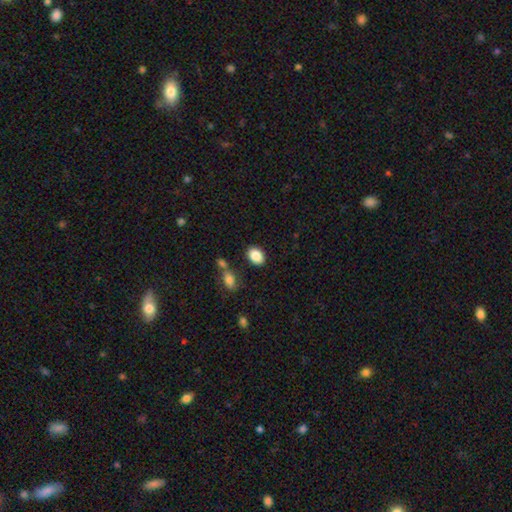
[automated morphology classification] smooth_or_featured: smooth (p=0.88) [alt: star or artifact p=0.08]
how_rounded: in between (p=0.80) [alt: round p=0.19]
merging: none (p=0.83) [alt: minor disturbance p=0.10]